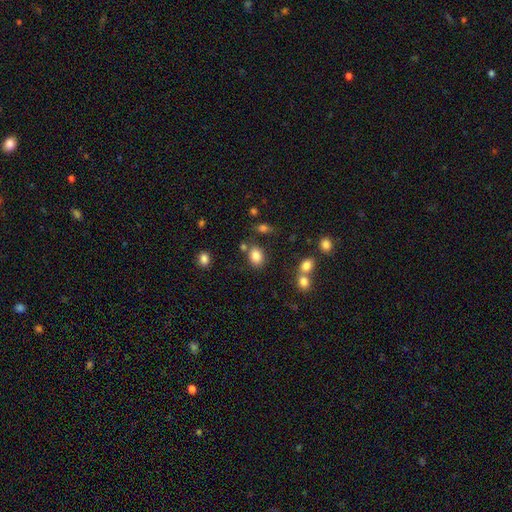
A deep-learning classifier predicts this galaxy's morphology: Smooth or featured? smooth (84%)
How rounded? in between (64%)
Merging? none (72%)